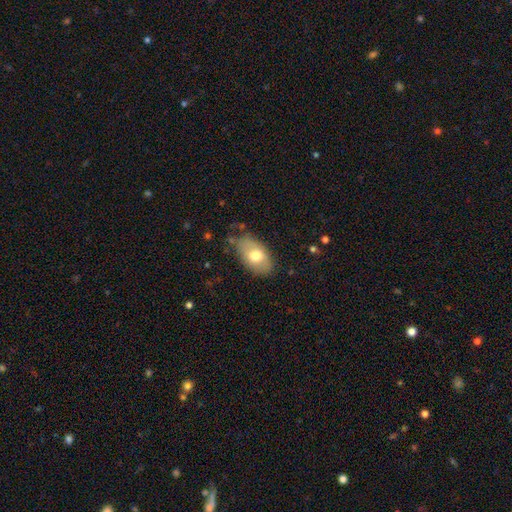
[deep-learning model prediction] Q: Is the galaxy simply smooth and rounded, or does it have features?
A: smooth — 71%.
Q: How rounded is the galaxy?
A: in between — 91%.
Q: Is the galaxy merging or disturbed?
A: none — 69%.